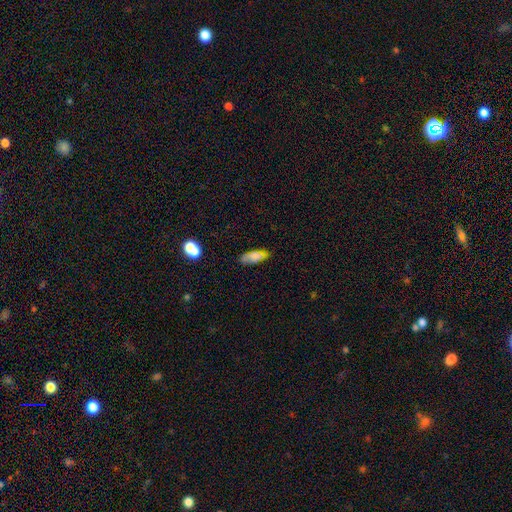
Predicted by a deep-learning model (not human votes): Smooth or featured: smooth — 72% (featured or disk — 19%)
How rounded: in between — 64% (cigar-shaped — 34%)
Merging: none — 75% (minor disturbance — 18%)